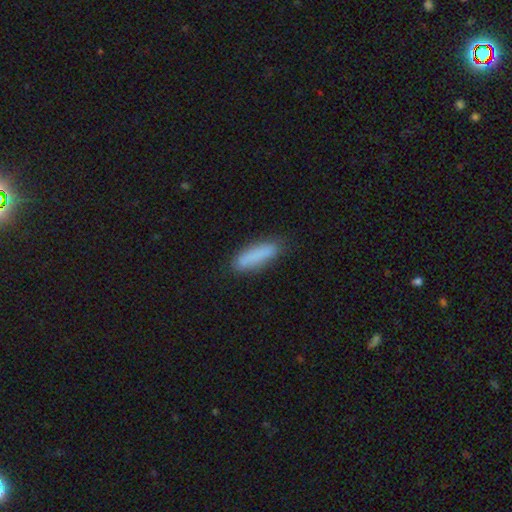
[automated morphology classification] This appears to be a smooth galaxy with no disk features (84%) that is cigar-shaped (69%). Merging: none (79%).